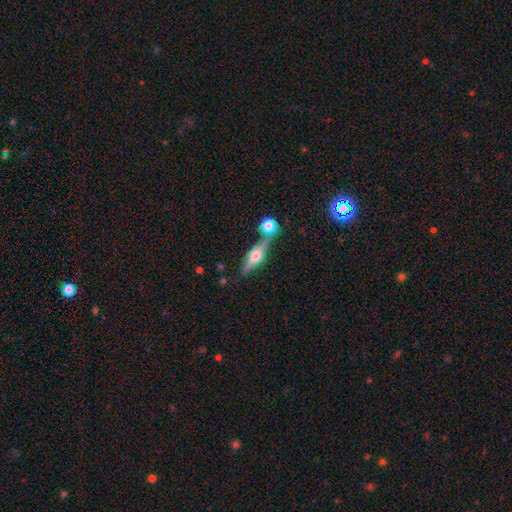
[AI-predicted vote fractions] Overall: featured or disk (71%). Edge-on disk: yes (95%). Edge-on bulge: rounded (94%). Merging: none (71%).